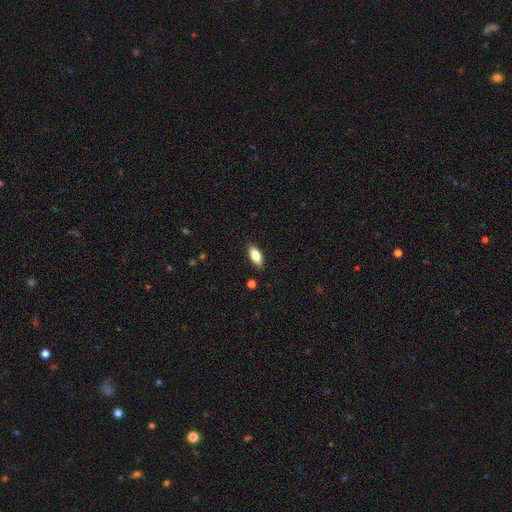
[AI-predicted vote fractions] Smooth or featured: smooth — 78% (featured or disk — 15%)
How rounded: in between — 83% (cigar-shaped — 15%)
Merging: none — 86% (minor disturbance — 11%)